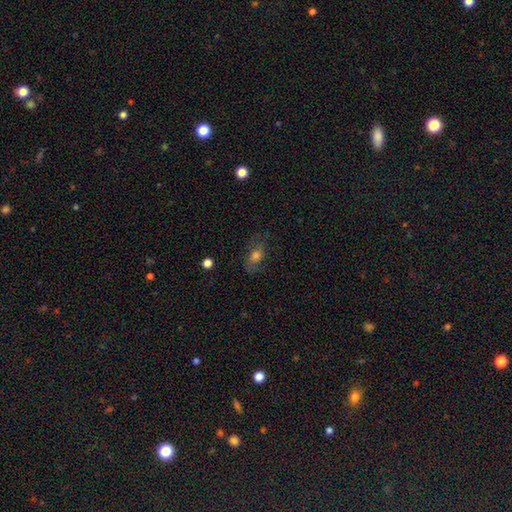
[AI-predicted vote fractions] smooth-or-featured: smooth: 46% | featured or disk: 36% | star or artifact: 18%
  merging: none: 68% | minor disturbance: 19% | major disturbance: 12% | merger: 2%